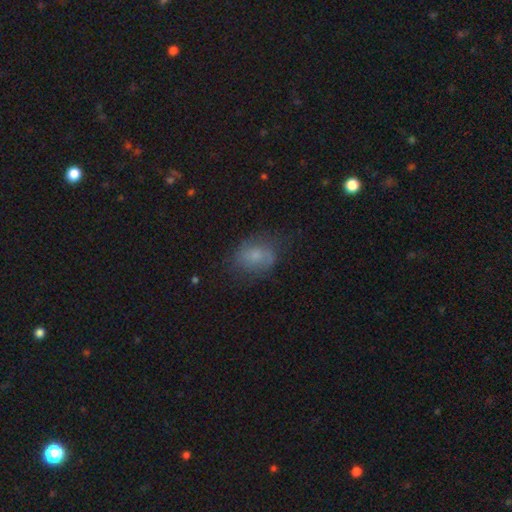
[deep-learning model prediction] Q: Smooth or featured?
A: smooth (58%); runner-up: featured or disk (31%)
Q: How rounded?
A: in between (59%); runner-up: round (40%)
Q: Merging?
A: none (58%); runner-up: minor disturbance (26%)